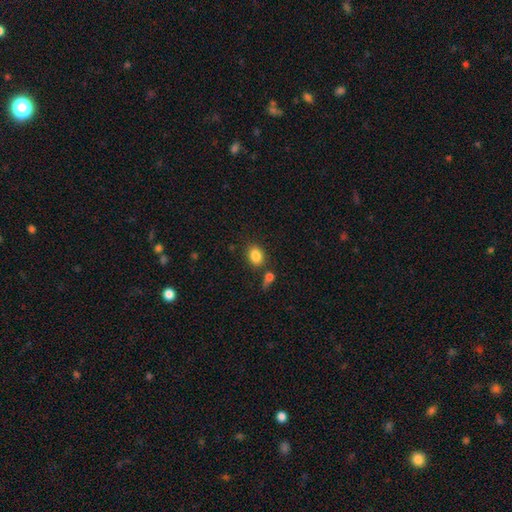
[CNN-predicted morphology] smooth 85%, star or artifact 9%, featured or disk 6%. Down the decision tree: how rounded — in between (61%); merging — none (71%).